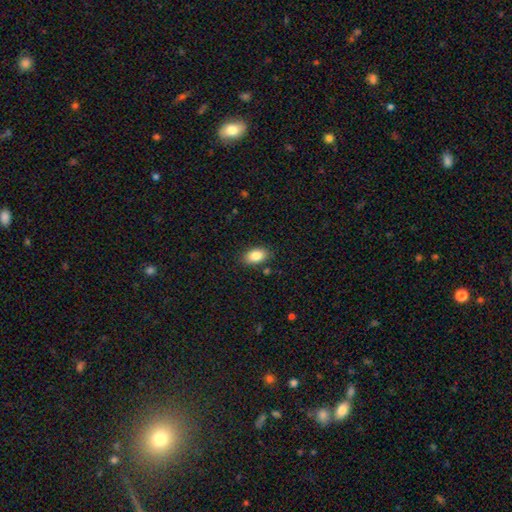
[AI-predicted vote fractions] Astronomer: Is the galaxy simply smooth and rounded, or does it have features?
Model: smooth — 85%.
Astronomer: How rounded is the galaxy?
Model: in between — 90%.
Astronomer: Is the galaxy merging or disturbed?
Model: none — 85%.